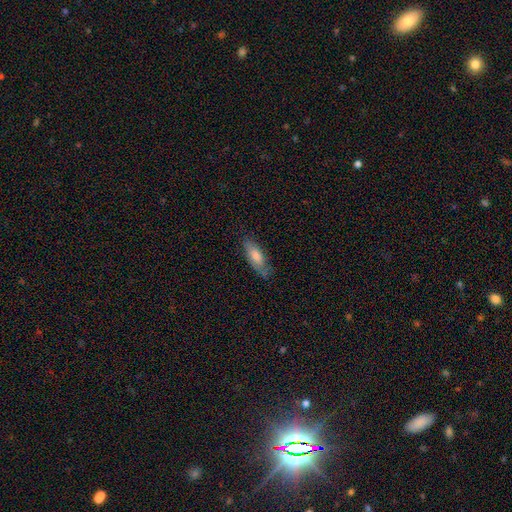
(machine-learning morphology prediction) This is likely a smooth galaxy (67%). How rounded: likely in between (61%). Merging: likely none (72%).